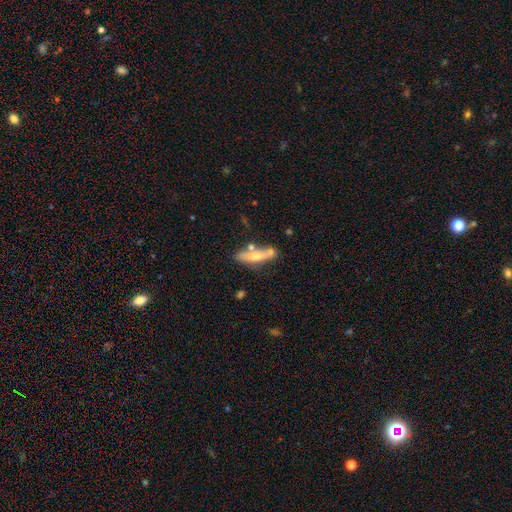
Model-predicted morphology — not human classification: smooth-or-featured: smooth: 53% | featured or disk: 40% | star or artifact: 6%
  how-rounded: cigar-shaped: 72% | in between: 26% | round: 2%
  merging: none: 59% | merger: 18% | minor disturbance: 17% | major disturbance: 6%